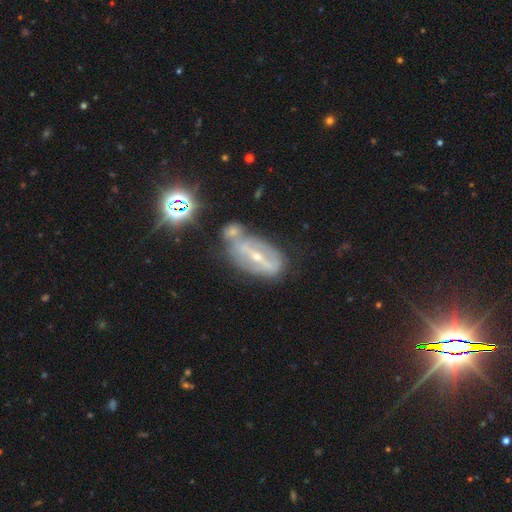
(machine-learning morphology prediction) type=featured or disk (76%); edge-on=no (87%); bar=strong (64%); spiral arms=yes (63%); bulge=small (64%); merging=none (46%).